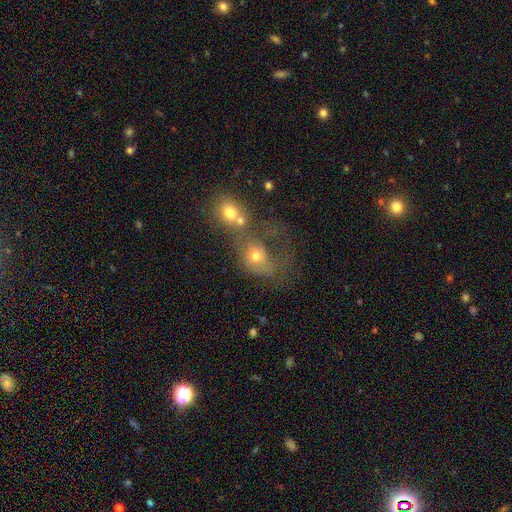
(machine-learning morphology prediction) Smooth or featured?
  - smooth: 61% *
  - featured or disk: 23%
  - star or artifact: 15%
How rounded?
  - round: 54% *
  - in between: 44%
  - cigar-shaped: 2%
Merging?
  - merger: 61% *
  - major disturbance: 16%
  - none: 15%
  - minor disturbance: 8%